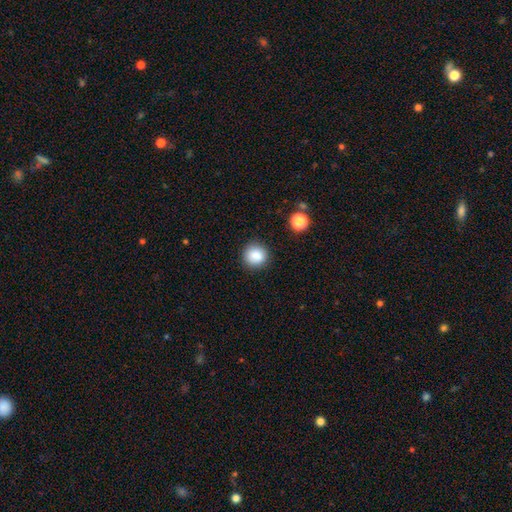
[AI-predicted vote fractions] Smooth or featured? smooth (86%)
How rounded? round (90%)
Merging? none (87%)